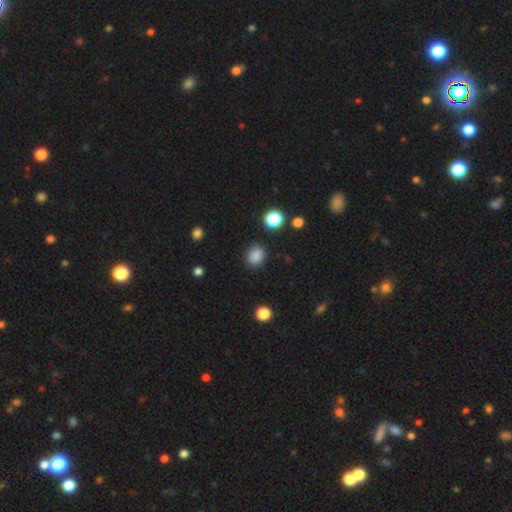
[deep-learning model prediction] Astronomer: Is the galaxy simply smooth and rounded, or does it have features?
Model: smooth — 85%.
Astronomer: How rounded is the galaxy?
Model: round — 64%.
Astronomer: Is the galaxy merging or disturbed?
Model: none — 86%.